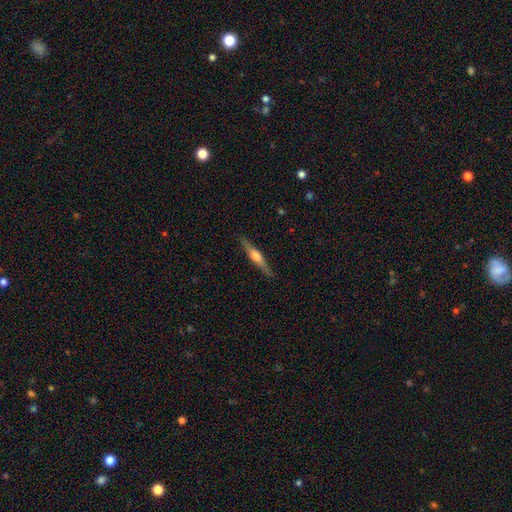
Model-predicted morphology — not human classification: Q: Smooth or featured?
A: featured or disk (68%); runner-up: smooth (27%)
Q: Edge-on disk?
A: yes (97%); runner-up: no (3%)
Q: Edge-on bulge?
A: rounded (79%); runner-up: boxy (15%)
Q: Merging?
A: none (89%); runner-up: minor disturbance (8%)